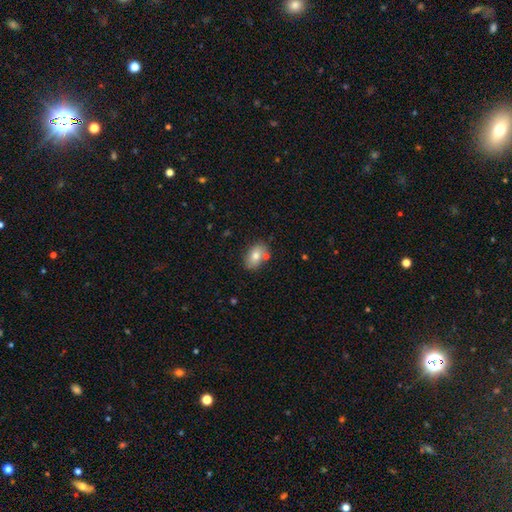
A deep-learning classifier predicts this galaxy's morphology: Q: Smooth or featured?
A: smooth (77%); runner-up: featured or disk (15%)
Q: How rounded?
A: in between (86%); runner-up: round (12%)
Q: Merging?
A: none (74%); runner-up: minor disturbance (14%)